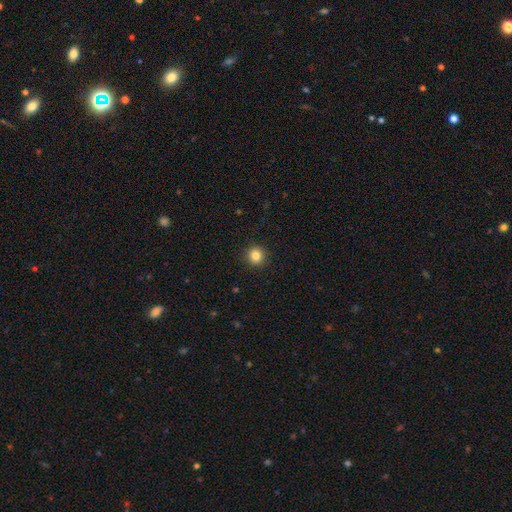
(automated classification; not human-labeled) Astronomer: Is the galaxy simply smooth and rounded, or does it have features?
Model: smooth — 84%.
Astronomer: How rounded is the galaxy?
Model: round — 93%.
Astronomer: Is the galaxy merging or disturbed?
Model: none — 92%.